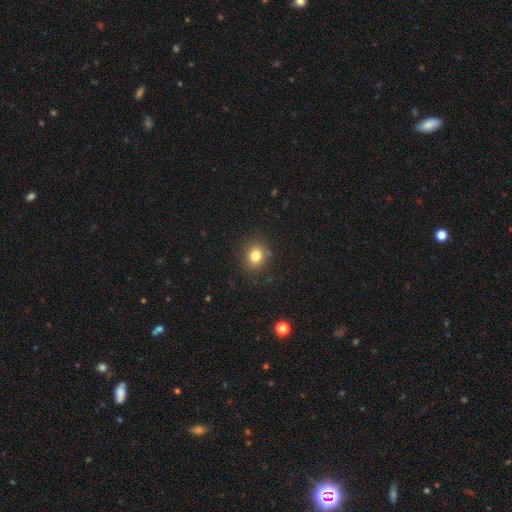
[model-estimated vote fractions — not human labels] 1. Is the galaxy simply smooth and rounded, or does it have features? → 79% smooth, 13% star or artifact, 8% featured or disk.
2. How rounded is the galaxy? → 72% round, 28% in between, 1% cigar-shaped.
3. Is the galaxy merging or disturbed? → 85% none, 10% minor disturbance, 3% major disturbance, 2% merger.